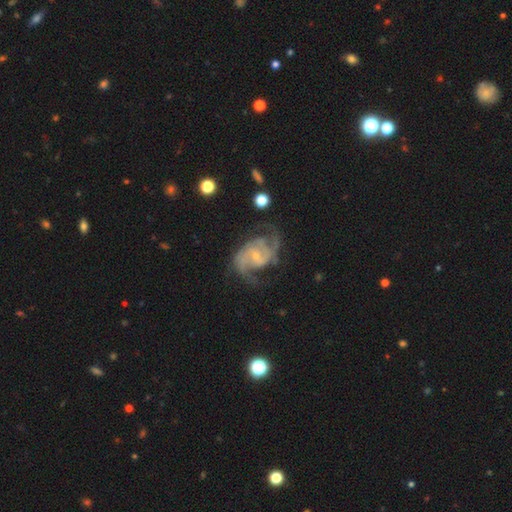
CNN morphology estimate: A featured or disk galaxy (89%) with no bar (48%), 2 (72%) medium (54%) spiral arms (97%) and a small central bulge (72%). Merging: none (63%).